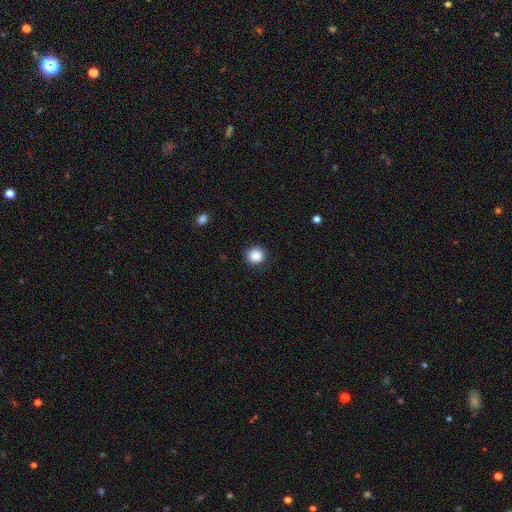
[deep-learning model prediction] Smooth or featured: smooth — 87% (star or artifact — 10%)
How rounded: round — 92% (in between — 7%)
Merging: none — 87% (minor disturbance — 10%)